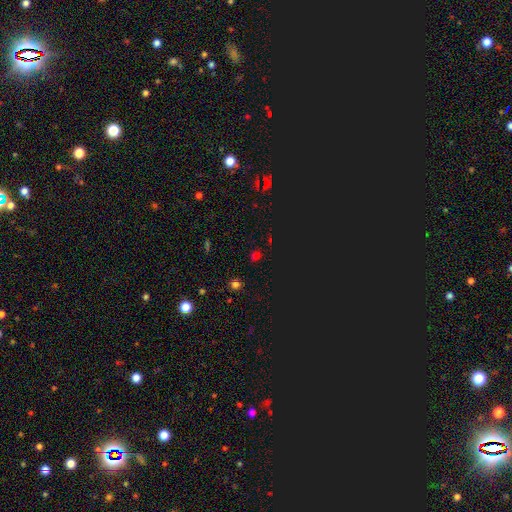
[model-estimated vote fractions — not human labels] A star or artifact, not a galaxy (60%).